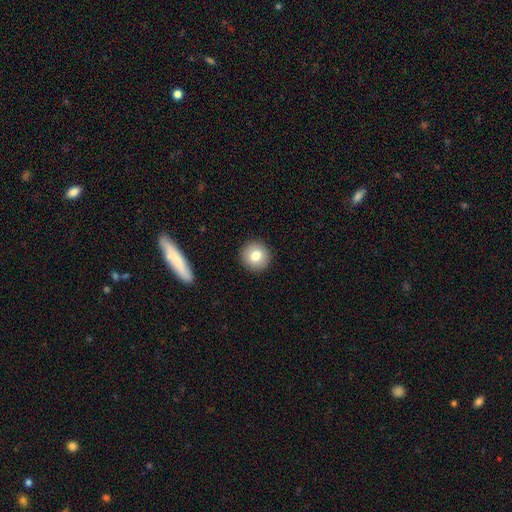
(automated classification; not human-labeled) Overall: smooth (79%). How rounded: round (93%). Merging: none (92%).